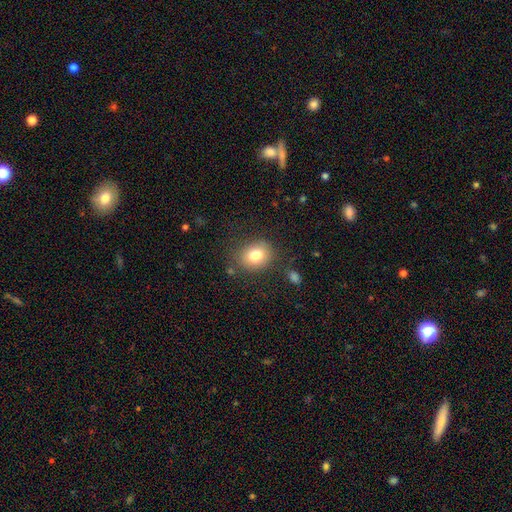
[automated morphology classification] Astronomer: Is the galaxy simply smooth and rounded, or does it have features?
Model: smooth — 78%.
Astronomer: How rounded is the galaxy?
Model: round — 52% (runner-up: in between, 47%).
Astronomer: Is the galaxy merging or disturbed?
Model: none — 79%.